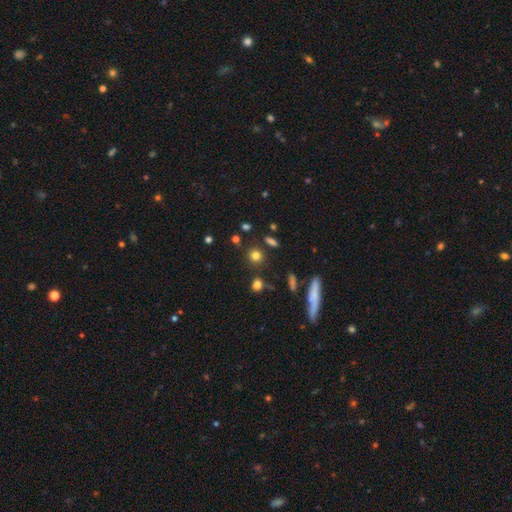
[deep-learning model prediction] A smooth galaxy with no disk features (77%) that is round (84%). Merging: none (82%).